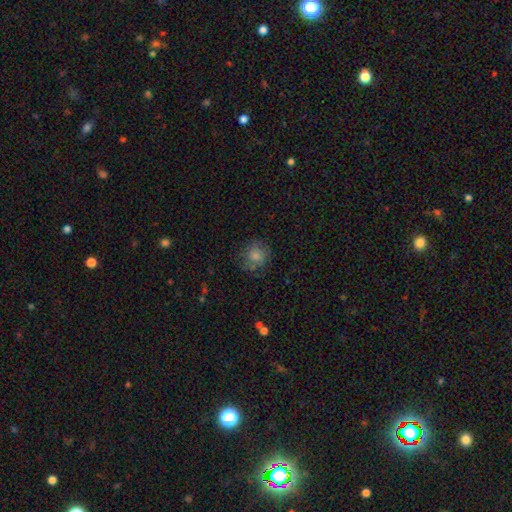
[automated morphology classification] The model was most divided on "merging": none: 70%, minor disturbance: 19%, major disturbance: 9%, merger: 2%. More confident: how rounded — round (83%); smooth or featured — smooth (76%).